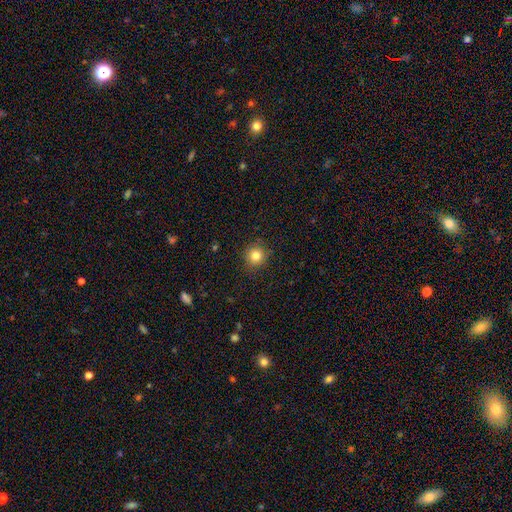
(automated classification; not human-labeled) Smooth or featured? smooth (83%)
How rounded? round (92%)
Merging? none (89%)